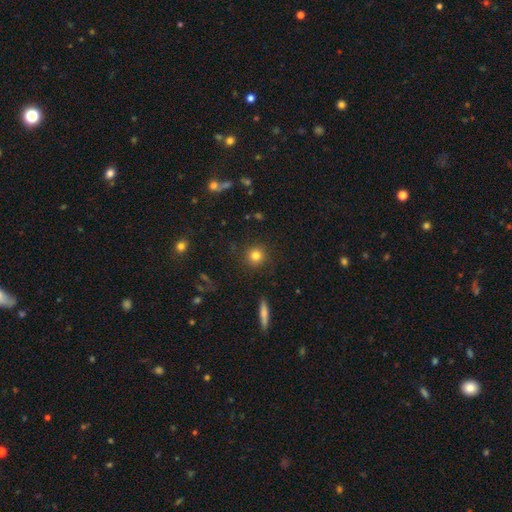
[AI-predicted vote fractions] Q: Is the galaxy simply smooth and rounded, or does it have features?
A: smooth — 81%.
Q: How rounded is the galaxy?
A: round — 93%.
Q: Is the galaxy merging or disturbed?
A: none — 89%.